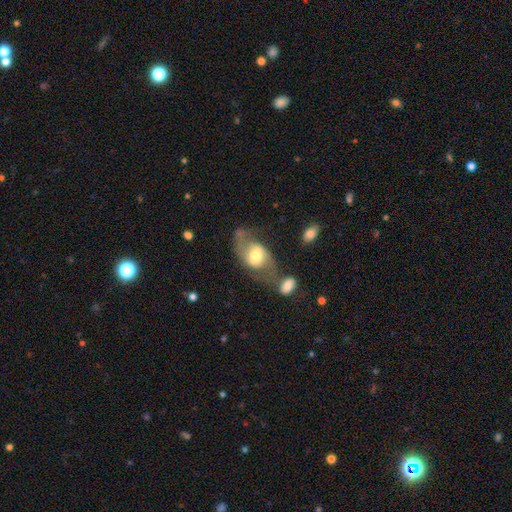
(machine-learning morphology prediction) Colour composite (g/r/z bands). It shows a featured or disk galaxy (65%) with no bar (47%), 2 (87%) loose (51%) spiral arms (83%) and a moderate central bulge (59%). Merging: none (44%).